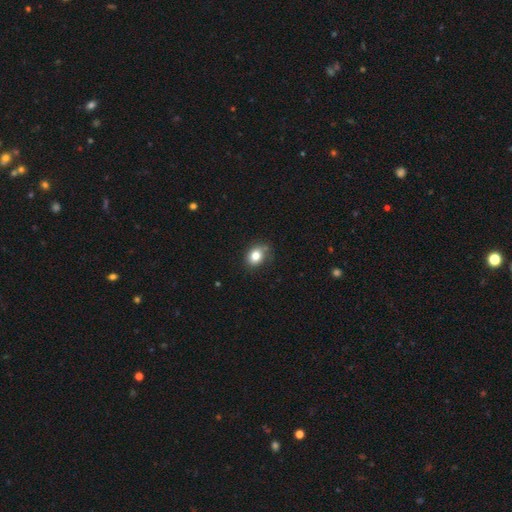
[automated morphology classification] This is clearly a smooth galaxy (80%). How rounded: possibly in between (52%). Merging: likely none (71%).